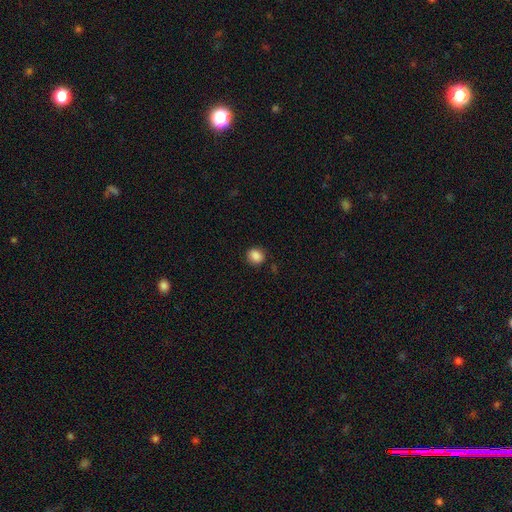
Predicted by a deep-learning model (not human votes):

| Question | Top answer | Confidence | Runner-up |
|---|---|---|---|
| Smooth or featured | smooth | 88% | star or artifact (9%) |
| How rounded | round | 71% | in between (28%) |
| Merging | none | 86% | minor disturbance (10%) |